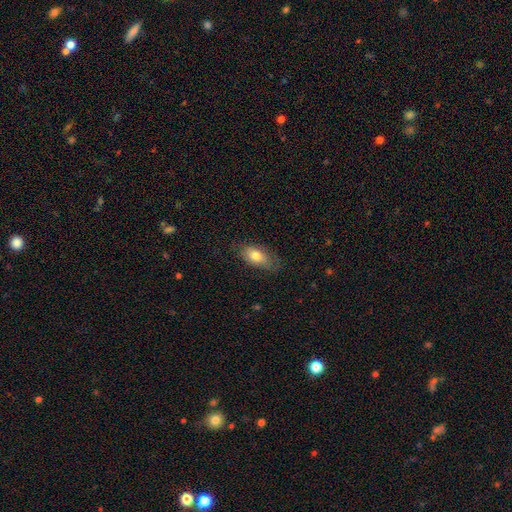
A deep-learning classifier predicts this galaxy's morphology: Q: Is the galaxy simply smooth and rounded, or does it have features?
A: smooth — 75%.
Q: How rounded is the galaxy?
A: in between — 90%.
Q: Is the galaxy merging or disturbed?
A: none — 70%.